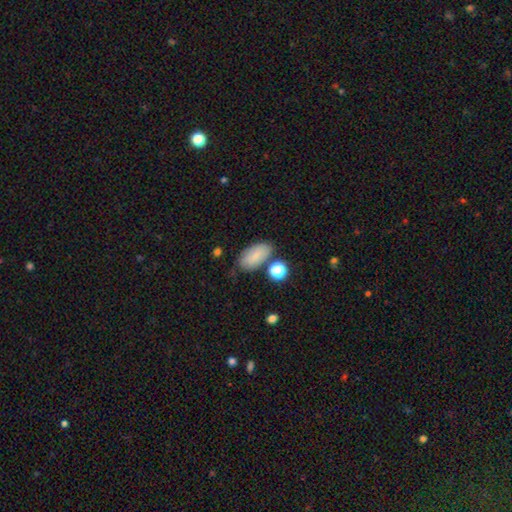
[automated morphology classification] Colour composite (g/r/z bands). It shows a smooth galaxy with no disk features (79%) that is in between round and cigar-shaped (92%). Merging: none (71%).